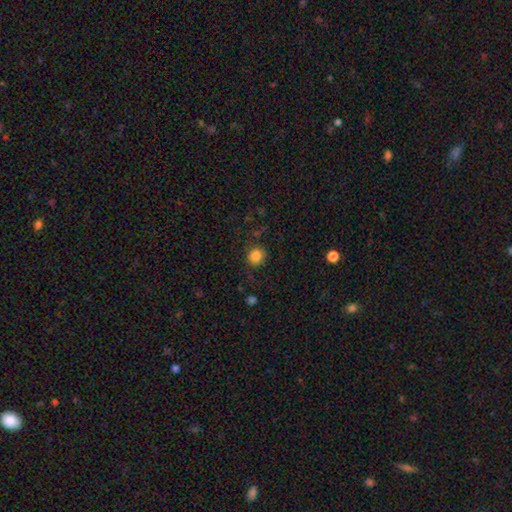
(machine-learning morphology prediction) This is clearly a smooth galaxy (84%). How rounded: clearly round (89%). Merging: clearly none (83%).